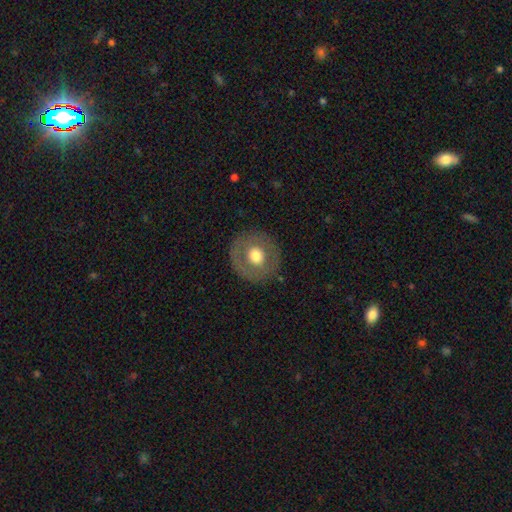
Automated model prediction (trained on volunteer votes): Smooth or featured? smooth (56%)
How rounded? round (93%)
Merging? none (86%)